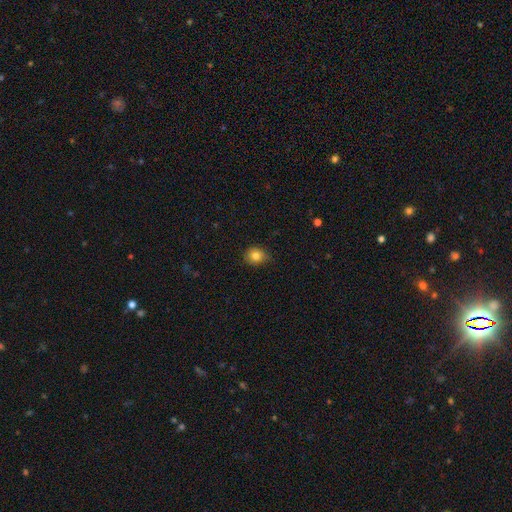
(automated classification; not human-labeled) This is clearly a smooth galaxy (83%). How rounded: likely round (69%). Merging: likely none (76%).